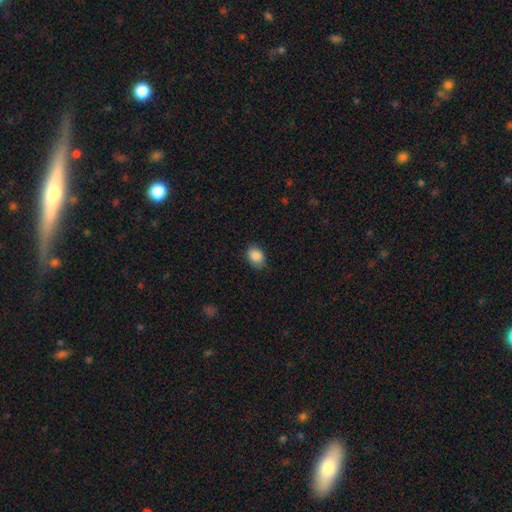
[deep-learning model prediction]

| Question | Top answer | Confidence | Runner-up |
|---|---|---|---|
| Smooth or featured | smooth | 87% | star or artifact (8%) |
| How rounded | in between | 72% | round (27%) |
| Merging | none | 74% | minor disturbance (21%) |